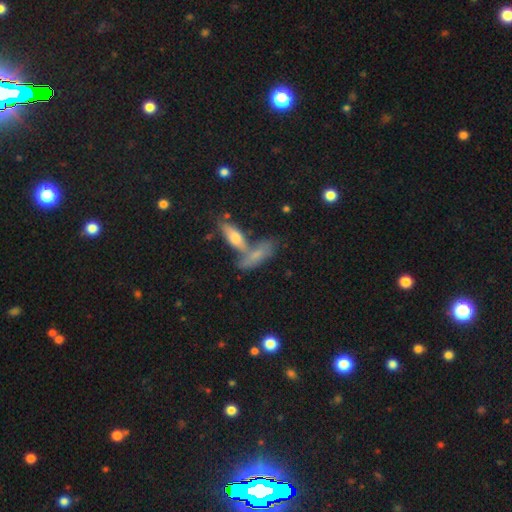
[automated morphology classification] Smooth or featured: smooth — 66% (featured or disk — 26%)
How rounded: in between — 53% (cigar-shaped — 44%)
Merging: none — 42% (merger — 41%)